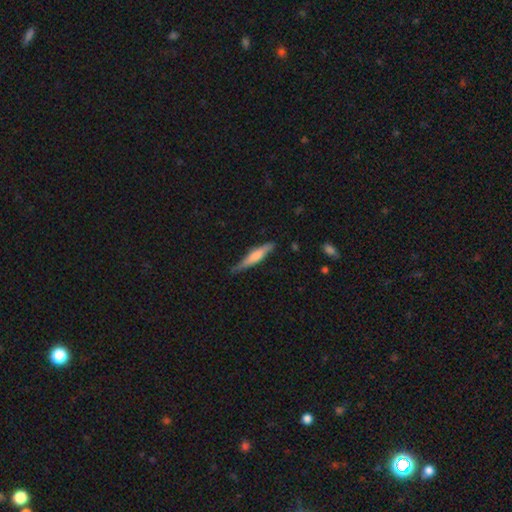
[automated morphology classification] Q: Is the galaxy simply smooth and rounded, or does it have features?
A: smooth — 54%.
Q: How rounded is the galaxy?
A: cigar-shaped — 90%.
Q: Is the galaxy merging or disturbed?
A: none — 73%.